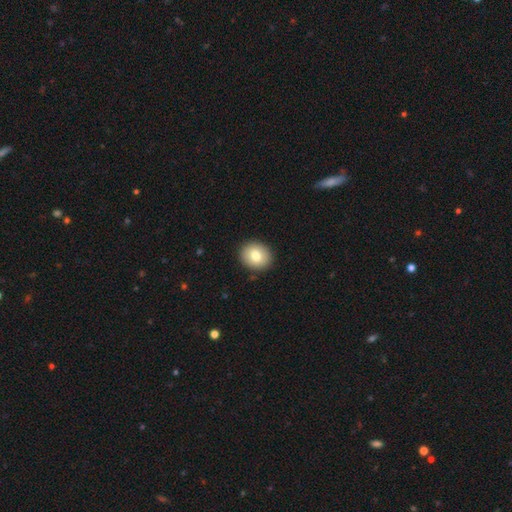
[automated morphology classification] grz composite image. It shows a smooth galaxy with no disk features (79%) that is round (64%). Merging: none (90%).